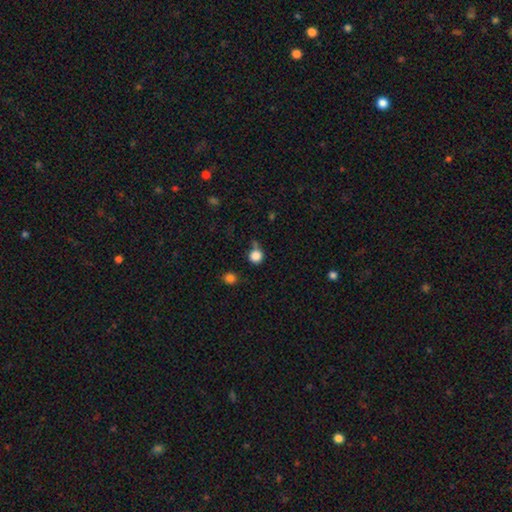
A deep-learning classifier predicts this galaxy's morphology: smooth 85%, star or artifact 11%, featured or disk 4%. Down the decision tree: how rounded — round (92%); merging — none (72%).